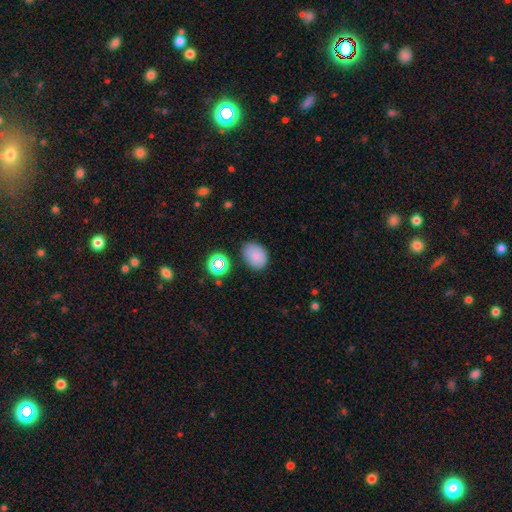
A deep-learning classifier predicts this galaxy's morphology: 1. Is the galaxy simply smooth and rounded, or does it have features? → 81% smooth, 12% star or artifact, 7% featured or disk.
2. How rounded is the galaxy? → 73% in between, 26% round, 1% cigar-shaped.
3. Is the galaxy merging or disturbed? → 81% none, 13% minor disturbance, 3% major disturbance, 3% merger.